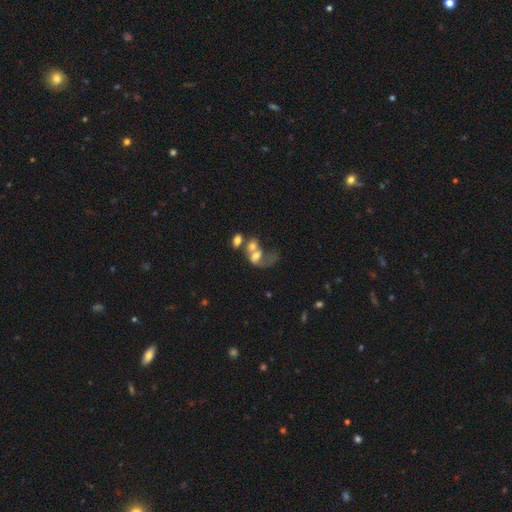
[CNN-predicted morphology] This is possibly a smooth galaxy (48%). Merging: likely merger (66%).